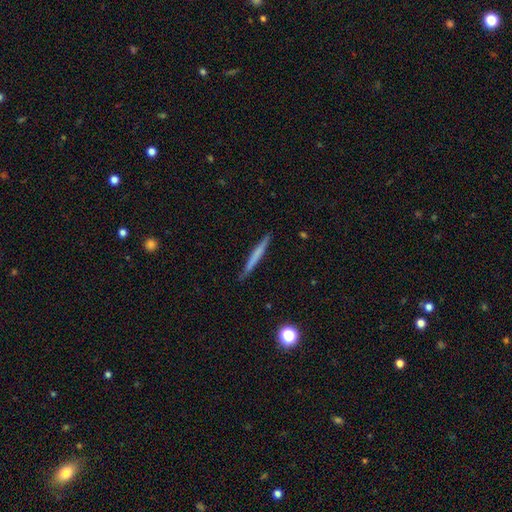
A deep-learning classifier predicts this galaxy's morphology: This is possibly a smooth galaxy (59%). How rounded: clearly cigar-shaped (97%). Merging: clearly none (89%).